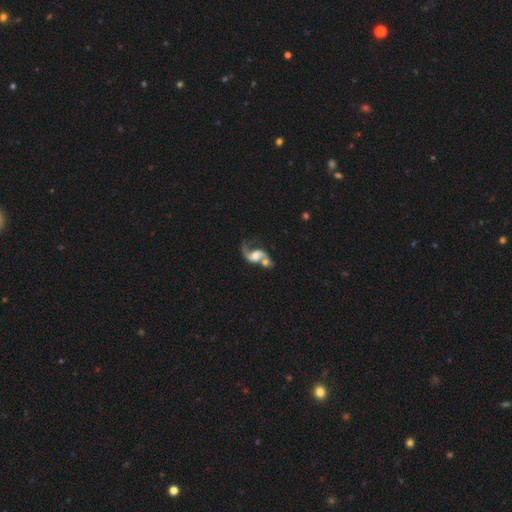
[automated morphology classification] A featured or disk galaxy (72%) with no bar (57%), 2 (59%) loose (73%) spiral arms (88%) and a moderate central bulge (39%).

Vote fractions:
- Smooth or featured? featured or disk: 72% / smooth: 20% / star or artifact: 8%
- Edge-on disk? no: 97% / yes: 3%
- Bar? no: 57% / weak: 33% / strong: 11%
- Spiral arms? yes: 88% / no: 12%
- Spiral winding? loose: 73% / medium: 22% / tight: 5%
- Spiral arm count? 2: 59% / 1: 35% / can't tell: 3% / 3: 1% / 4: 1% / more than 4: 1%
- Bulge size? moderate: 39% / large: 28% / small: 18% / none: 11% / dominant: 4%
- Merging? merger: 53% / none: 20% / major disturbance: 18% / minor disturbance: 9%